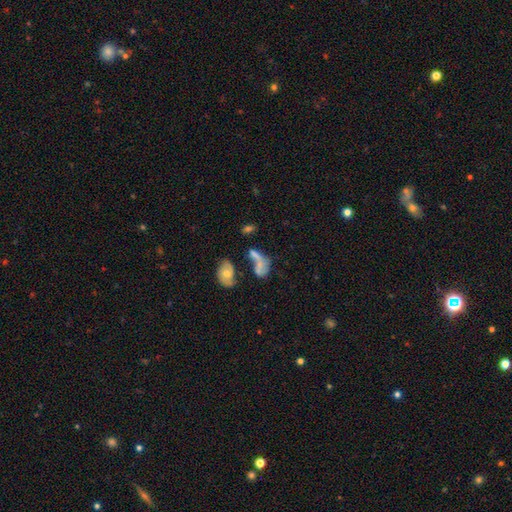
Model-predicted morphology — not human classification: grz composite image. It shows a smooth galaxy with no disk features (47%). Merging: merger (42%).